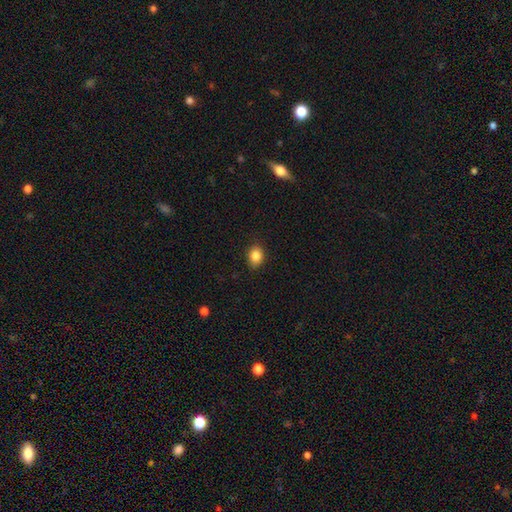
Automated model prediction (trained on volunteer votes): The model was most divided on "how rounded": in between: 55%, round: 44%, cigar-shaped: 1%. More confident: merging — none (87%); smooth or featured — smooth (86%).